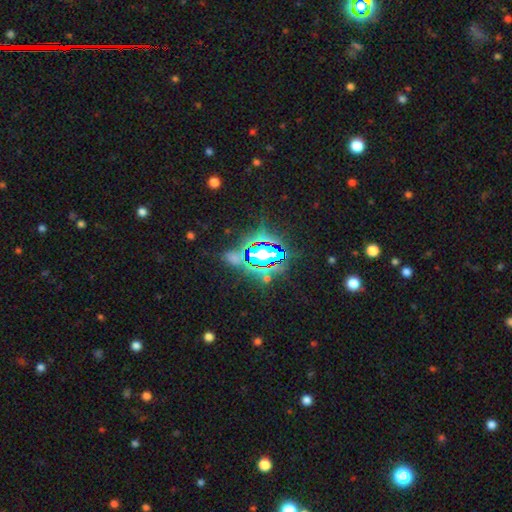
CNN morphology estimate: type=star or artifact (80%).